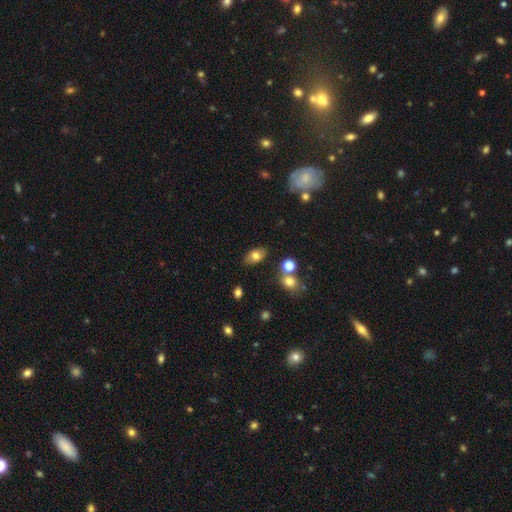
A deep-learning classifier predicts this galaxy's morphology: A smooth galaxy with no disk features (77%) that is in between round and cigar-shaped (86%).

Vote fractions:
- Smooth or featured? smooth: 77% / featured or disk: 12% / star or artifact: 10%
- How rounded? in between: 86% / round: 12% / cigar-shaped: 2%
- Merging? none: 79% / minor disturbance: 12% / merger: 5% / major disturbance: 3%